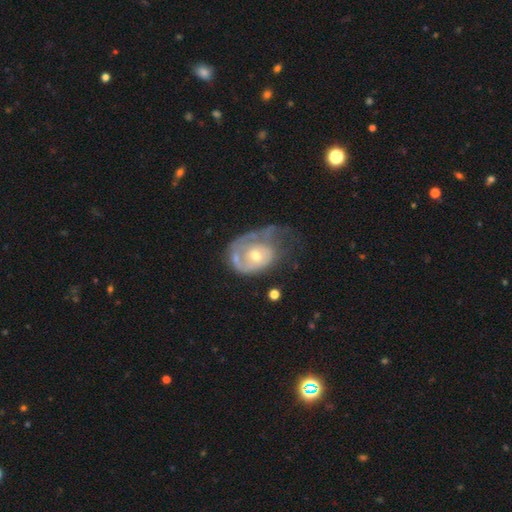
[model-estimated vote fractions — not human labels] smooth-or-featured: featured or disk: 70% | smooth: 24% | star or artifact: 6%
  disk-edge-on: no: 96% | yes: 4%
    bar: no: 79% | weak: 18% | strong: 3%
    has-spiral-arms: yes: 68% | no: 32%
    bulge-size: moderate: 50% | small: 45% | large: 3% | none: 1% | dominant: 1%
  merging: major disturbance: 46% | minor disturbance: 25% | none: 24% | merger: 5%